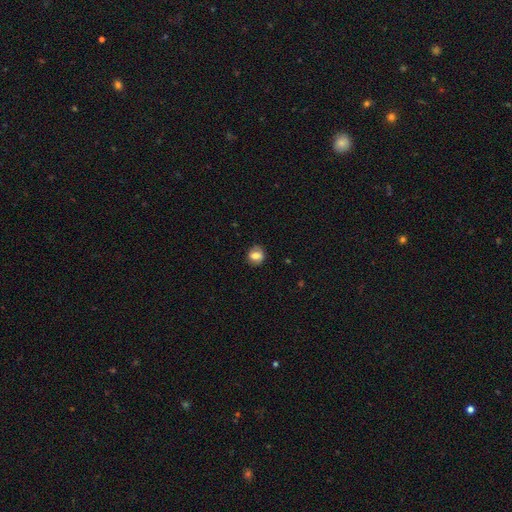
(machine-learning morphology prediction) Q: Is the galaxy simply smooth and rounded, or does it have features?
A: smooth — 70%.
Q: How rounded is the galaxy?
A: round — 69%.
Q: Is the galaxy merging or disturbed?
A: none — 82%.